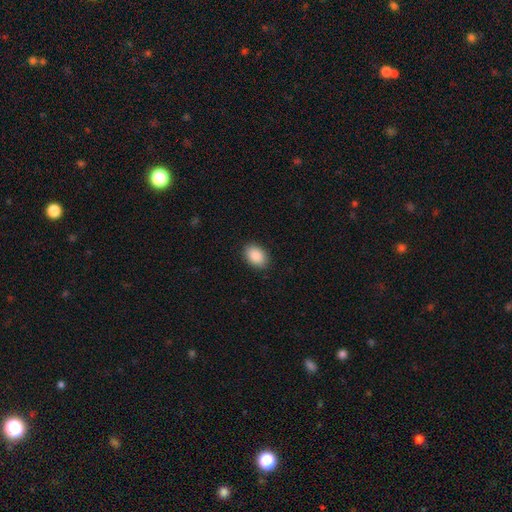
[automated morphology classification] The model was most divided on "how rounded": in between: 84%, round: 15%, cigar-shaped: 1%. More confident: smooth or featured — smooth (90%); merging — none (89%).